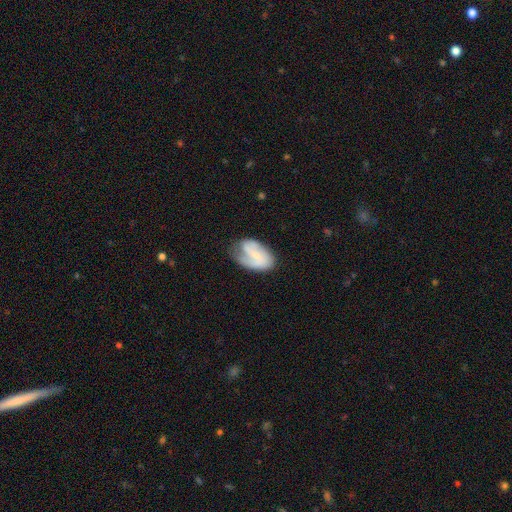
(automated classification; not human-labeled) A featured or disk galaxy (56%) with no bar (52%), spiral arms (80%) and a small central bulge (63%). Merging: none (45%).